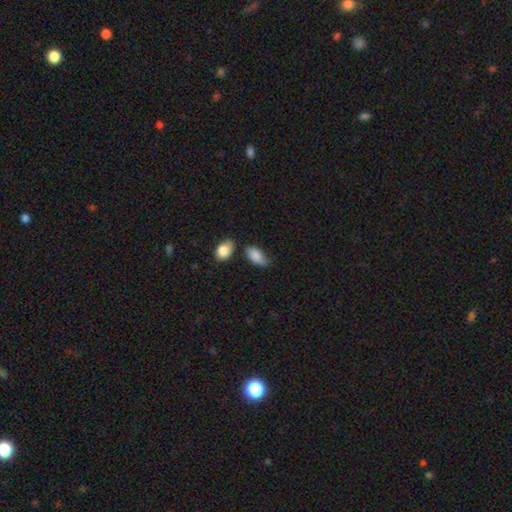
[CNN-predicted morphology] Smooth or featured?
  - smooth: 84% *
  - featured or disk: 9%
  - star or artifact: 7%
How rounded?
  - in between: 93% *
  - round: 4%
  - cigar-shaped: 3%
Merging?
  - none: 55% *
  - minor disturbance: 31%
  - merger: 8%
  - major disturbance: 7%